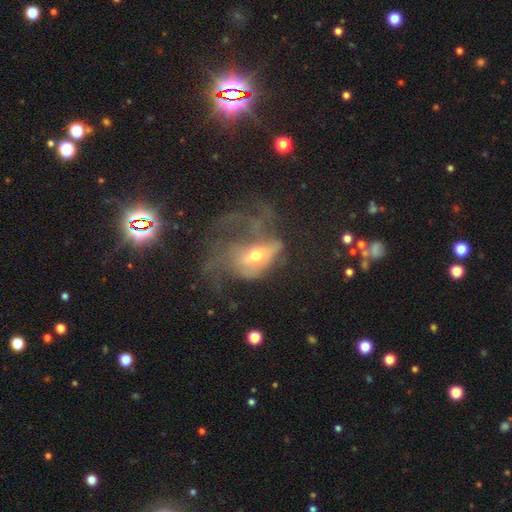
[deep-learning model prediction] Smooth or featured? Predicted: featured or disk (p=0.61). Edge-on disk? Predicted: no (p=0.93). Bar? Predicted: no (p=0.64). Spiral arms? Predicted: no (p=0.54). Bulge size? Predicted: moderate (p=0.59). Merging? Predicted: major disturbance (p=0.61).